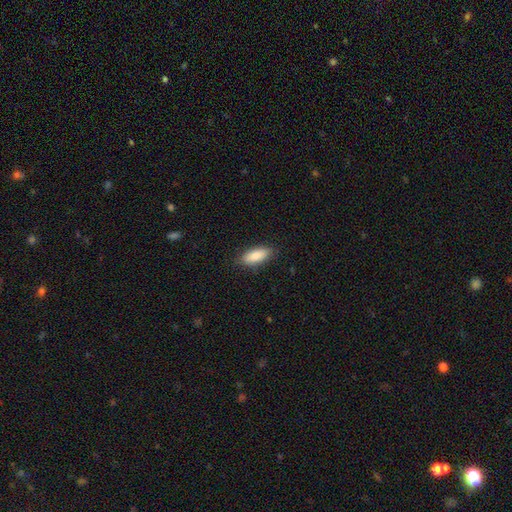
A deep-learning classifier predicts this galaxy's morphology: Smooth or featured? smooth (86%)
How rounded? in between (78%)
Merging? none (85%)